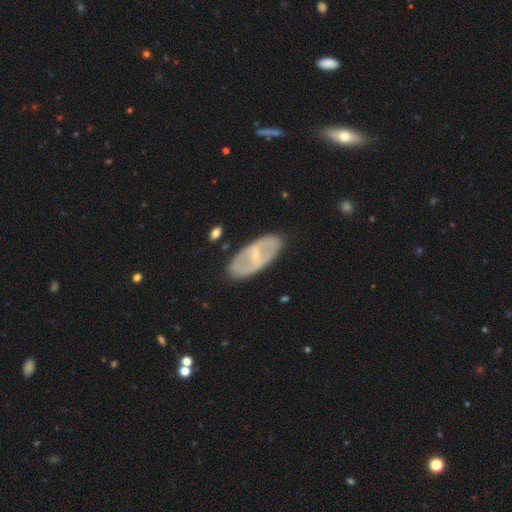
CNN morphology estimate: Smooth or featured: featured or disk — 65% (smooth — 29%)
Edge-on disk: no — 87% (yes — 13%)
Bar: strong — 41% (weak — 37%)
Spiral arms: no — 68% (yes — 32%)
Bulge size: small — 71% (moderate — 24%)
Merging: none — 83% (minor disturbance — 12%)